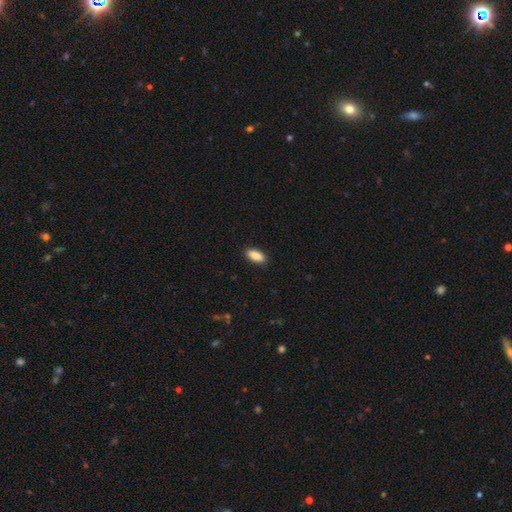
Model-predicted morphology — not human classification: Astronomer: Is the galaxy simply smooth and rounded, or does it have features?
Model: smooth — 89%.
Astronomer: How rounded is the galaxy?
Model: in between — 86%.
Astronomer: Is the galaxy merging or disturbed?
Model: none — 89%.